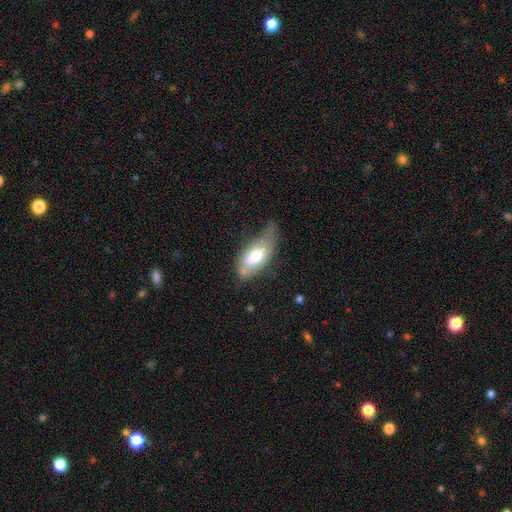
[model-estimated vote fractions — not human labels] smooth_or_featured: smooth (p=0.64) [alt: featured or disk p=0.29]
how_rounded: in between (p=0.86) [alt: cigar-shaped p=0.12]
merging: minor disturbance (p=0.37) [alt: none p=0.31]